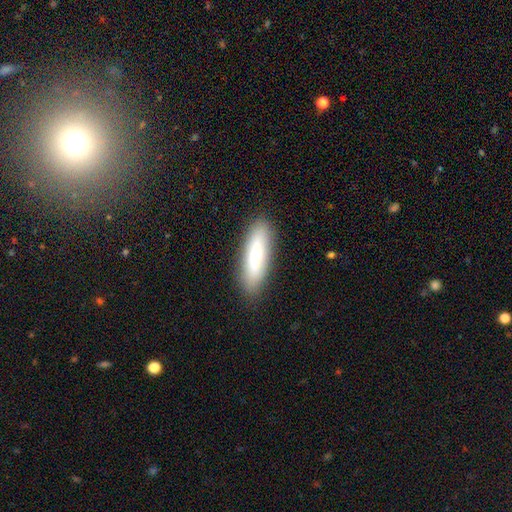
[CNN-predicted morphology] smooth 64%, featured or disk 29%, star or artifact 7%. Down the decision tree: how rounded — cigar-shaped (58%); merging — none (89%).